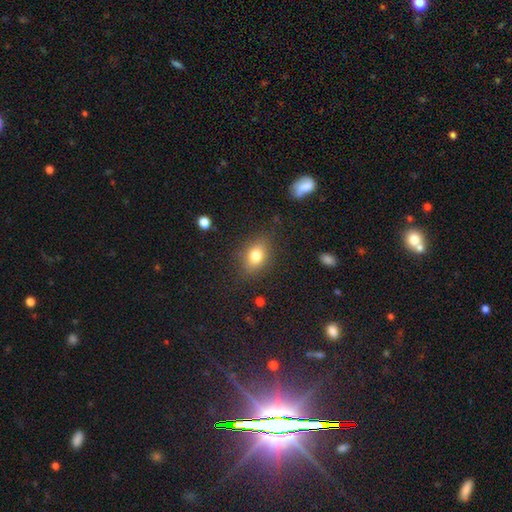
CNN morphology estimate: smooth-or-featured: smooth: 78% | featured or disk: 11% | star or artifact: 11%
  how-rounded: in between: 72% | round: 26% | cigar-shaped: 3%
  merging: none: 82% | minor disturbance: 13% | major disturbance: 4% | merger: 1%